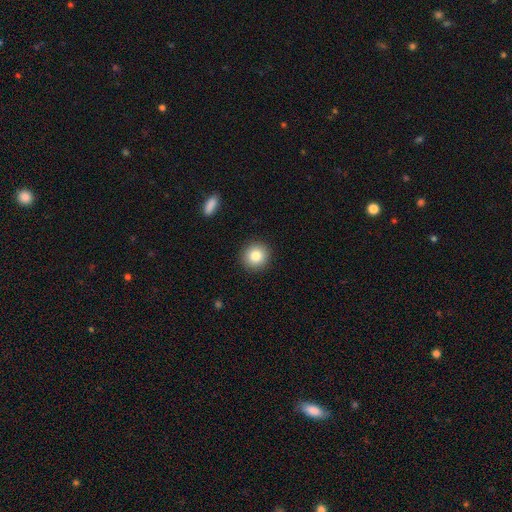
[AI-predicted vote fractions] Smooth or featured? Predicted: smooth (p=0.82). How rounded? Predicted: round (p=0.93). Merging? Predicted: none (p=0.92).